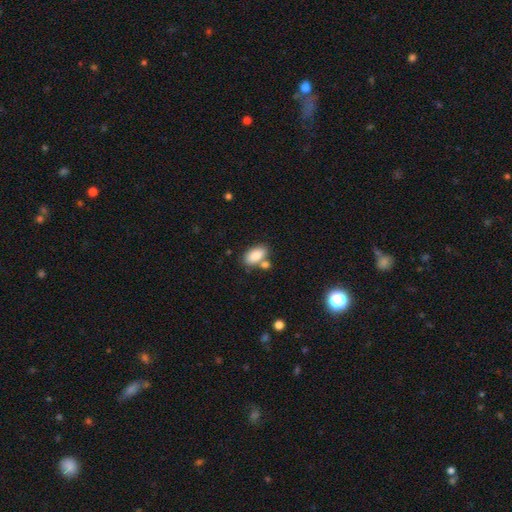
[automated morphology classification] A smooth galaxy with no disk features (85%) that is in between round and cigar-shaped (92%). Merging: none (61%).